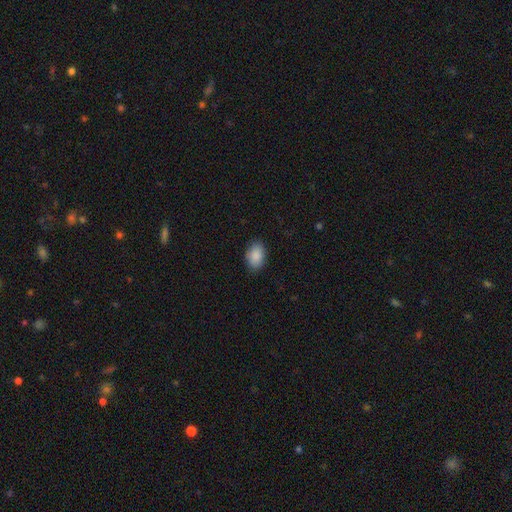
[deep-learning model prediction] This is clearly a smooth galaxy (89%). How rounded: clearly in between (86%). Merging: clearly none (86%).